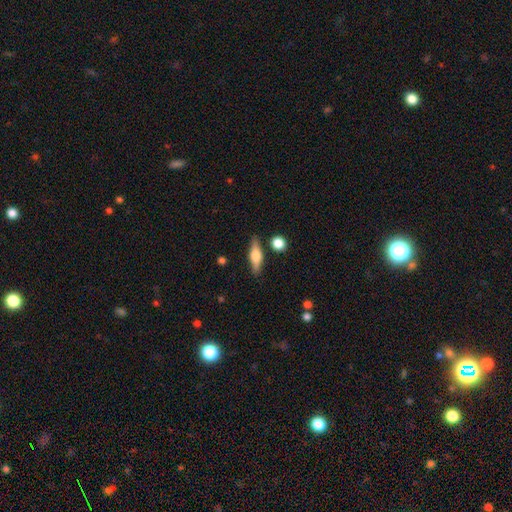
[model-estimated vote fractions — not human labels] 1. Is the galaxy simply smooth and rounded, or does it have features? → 48% smooth, 45% featured or disk, 7% star or artifact.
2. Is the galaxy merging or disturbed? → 83% none, 10% minor disturbance, 4% merger, 2% major disturbance.